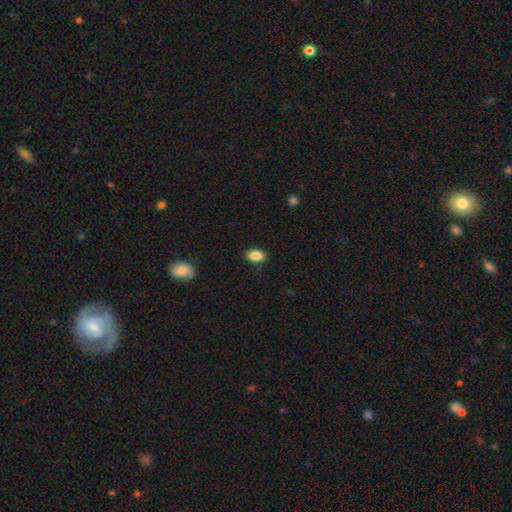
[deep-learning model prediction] Q: Smooth or featured?
A: smooth (87%); runner-up: star or artifact (8%)
Q: How rounded?
A: in between (87%); runner-up: round (12%)
Q: Merging?
A: none (88%); runner-up: minor disturbance (9%)